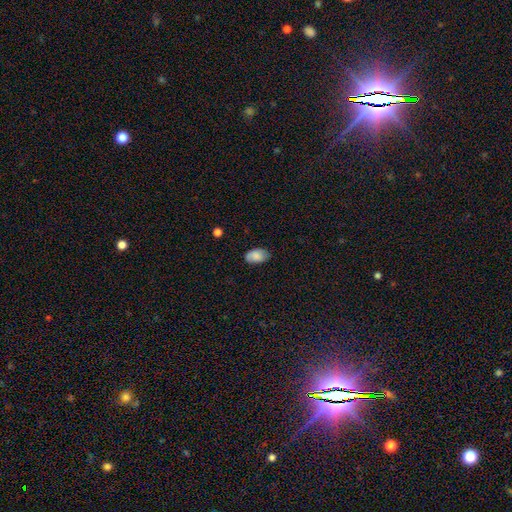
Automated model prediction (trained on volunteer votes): A smooth galaxy with no disk features (79%) that is in between round and cigar-shaped (92%). Merging: none (74%).